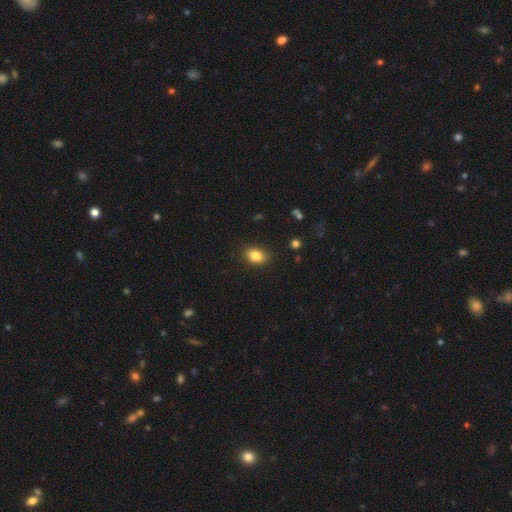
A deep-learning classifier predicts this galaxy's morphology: Smooth or featured: smooth — 83% (star or artifact — 10%)
How rounded: in between — 71% (round — 28%)
Merging: none — 88% (minor disturbance — 9%)